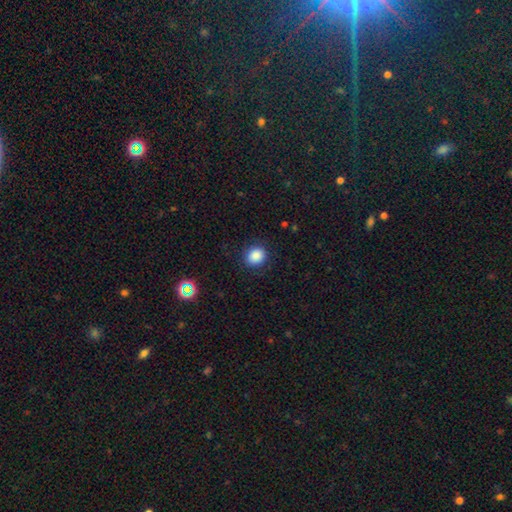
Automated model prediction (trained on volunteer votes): Q: Smooth or featured?
A: smooth (86%); runner-up: star or artifact (10%)
Q: How rounded?
A: round (76%); runner-up: in between (23%)
Q: Merging?
A: none (88%); runner-up: minor disturbance (8%)